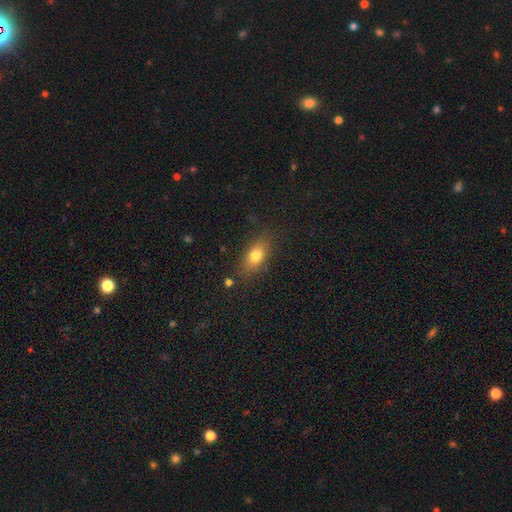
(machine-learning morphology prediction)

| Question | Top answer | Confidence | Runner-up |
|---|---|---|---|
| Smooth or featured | smooth | 75% | featured or disk (14%) |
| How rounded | in between | 76% | round (12%) |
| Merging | none | 79% | minor disturbance (14%) |